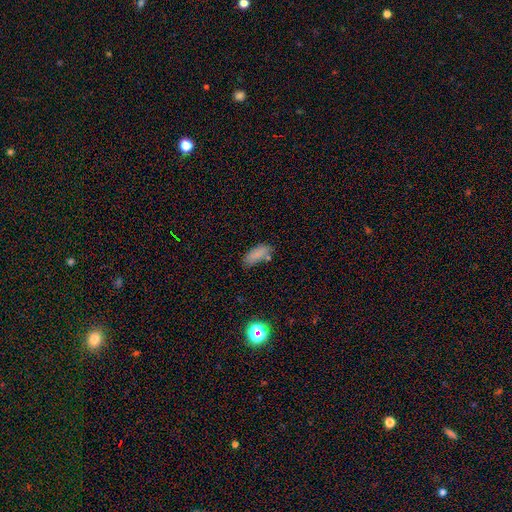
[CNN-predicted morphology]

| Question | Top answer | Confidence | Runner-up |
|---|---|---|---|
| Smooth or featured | smooth | 81% | star or artifact (11%) |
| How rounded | in between | 84% | cigar-shaped (13%) |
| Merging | none | 67% | minor disturbance (21%) |